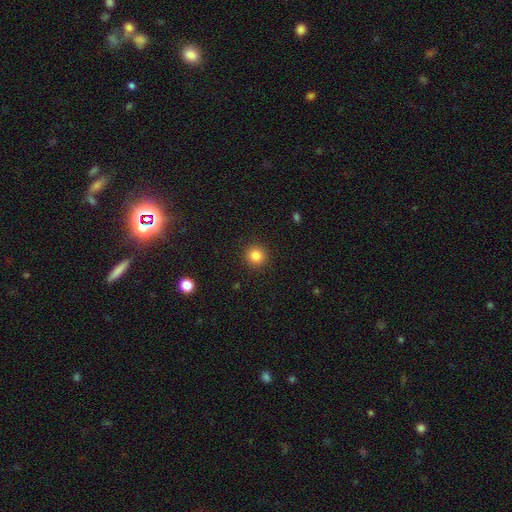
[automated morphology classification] A smooth galaxy with no disk features (84%) that is round (95%).

Vote fractions:
- Smooth or featured? smooth: 84% / star or artifact: 11% / featured or disk: 5%
- How rounded? round: 95% / in between: 4% / cigar-shaped: 1%
- Merging? none: 92% / minor disturbance: 5% / major disturbance: 2% / merger: 1%